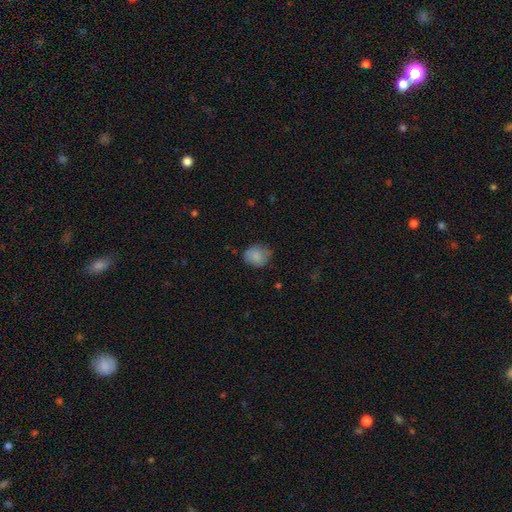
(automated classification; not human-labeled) smooth_or_featured: smooth (p=0.82) [alt: featured or disk p=0.09]
how_rounded: round (p=0.61) [alt: in between p=0.38]
merging: none (p=0.64) [alt: minor disturbance p=0.28]